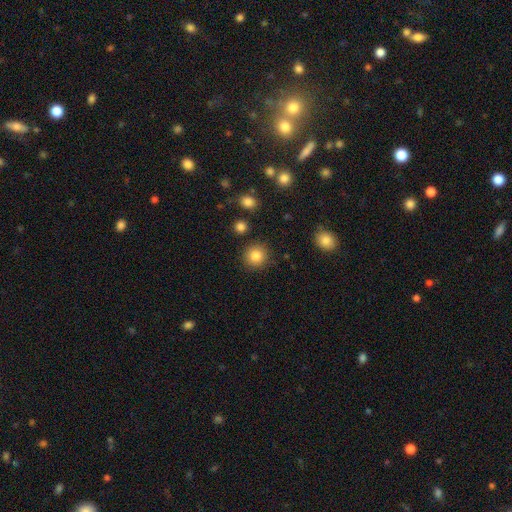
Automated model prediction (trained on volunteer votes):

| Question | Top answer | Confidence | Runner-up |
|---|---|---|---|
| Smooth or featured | smooth | 84% | star or artifact (10%) |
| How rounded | round | 92% | in between (7%) |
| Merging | none | 89% | minor disturbance (7%) |